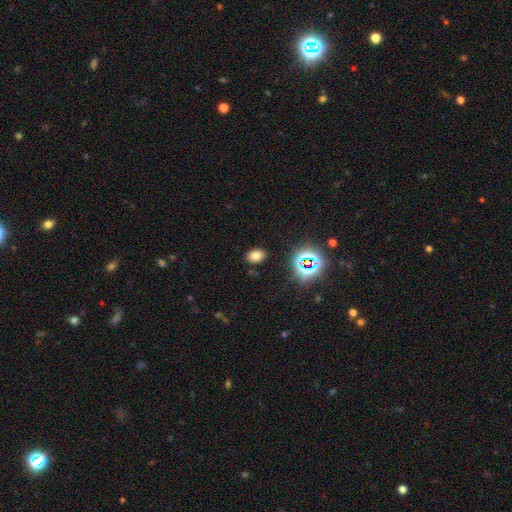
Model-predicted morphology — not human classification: Q: Smooth or featured?
A: smooth (71%); runner-up: star or artifact (21%)
Q: How rounded?
A: in between (74%); runner-up: round (25%)
Q: Merging?
A: none (86%); runner-up: minor disturbance (9%)